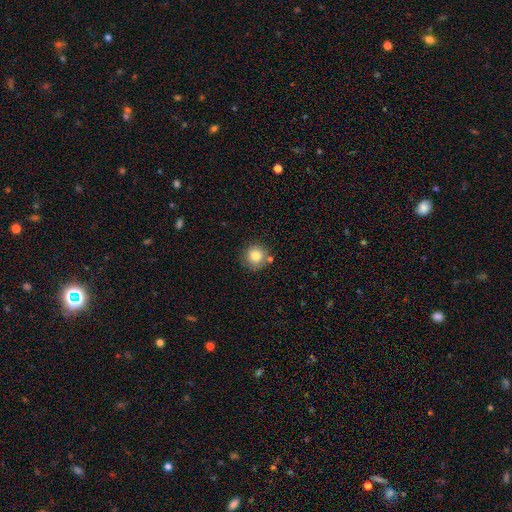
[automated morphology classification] type=smooth (85%); roundness=round (93%); merging=none (77%).